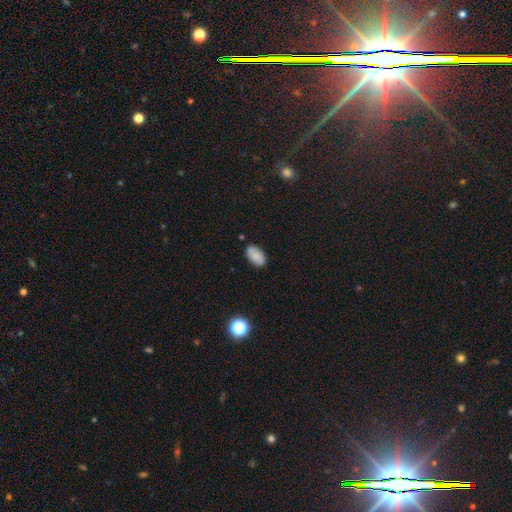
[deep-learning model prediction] Morphology: type=smooth (77%); roundness=in between (93%); merging=none (80%).